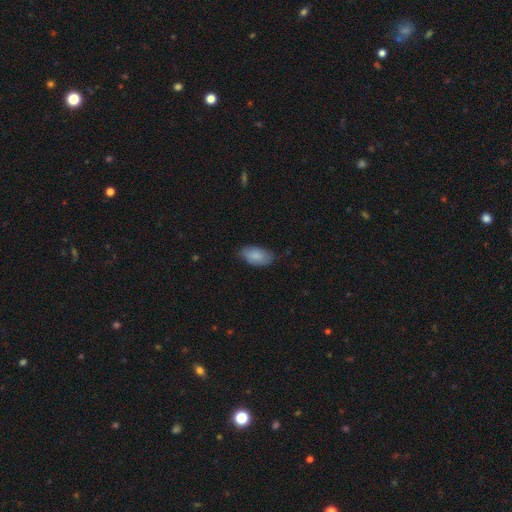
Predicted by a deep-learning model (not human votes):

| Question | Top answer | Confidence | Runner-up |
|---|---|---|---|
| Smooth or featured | smooth | 85% | featured or disk (9%) |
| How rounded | in between | 94% | round (3%) |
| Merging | none | 74% | minor disturbance (21%) |